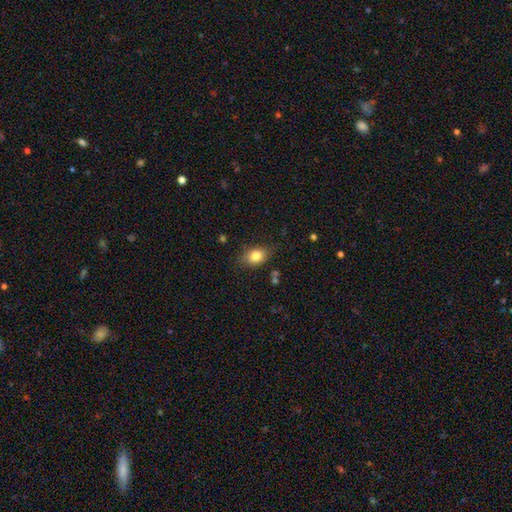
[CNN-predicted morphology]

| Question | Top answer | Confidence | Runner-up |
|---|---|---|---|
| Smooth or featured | smooth | 80% | featured or disk (10%) |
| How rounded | in between | 74% | round (25%) |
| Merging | none | 77% | minor disturbance (17%) |